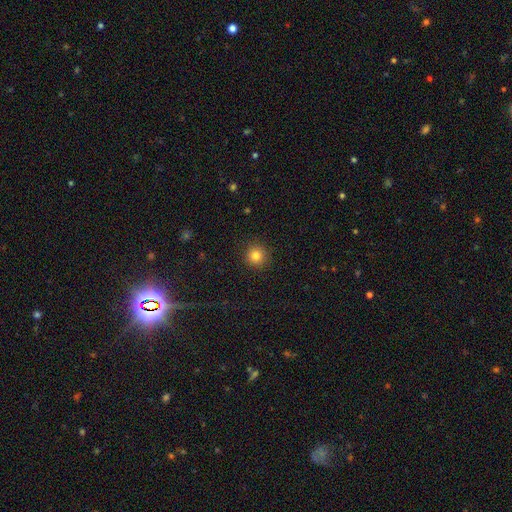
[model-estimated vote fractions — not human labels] smooth 82%, star or artifact 12%, featured or disk 6%. Down the decision tree: how rounded — round (95%); merging — none (92%).